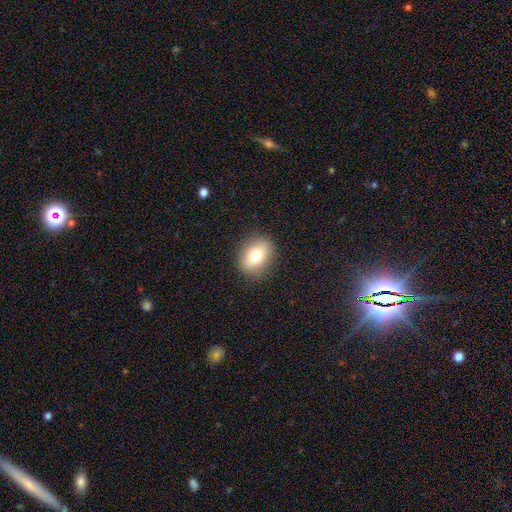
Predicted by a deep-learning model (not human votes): Morphology: type=smooth (77%); roundness=in between (69%); merging=none (87%).